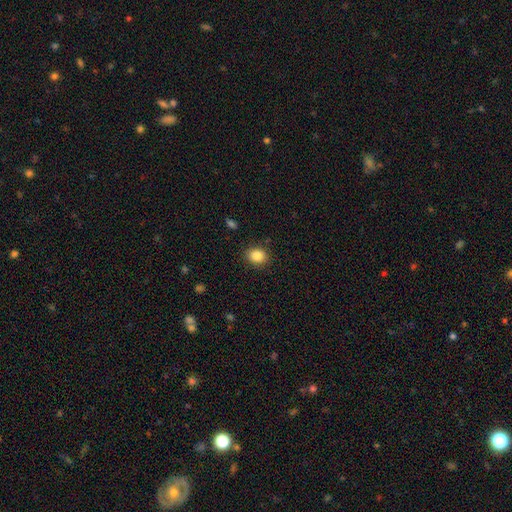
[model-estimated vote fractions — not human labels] This appears to be a smooth galaxy with no disk features (86%) that is round (54%). Merging: none (88%).